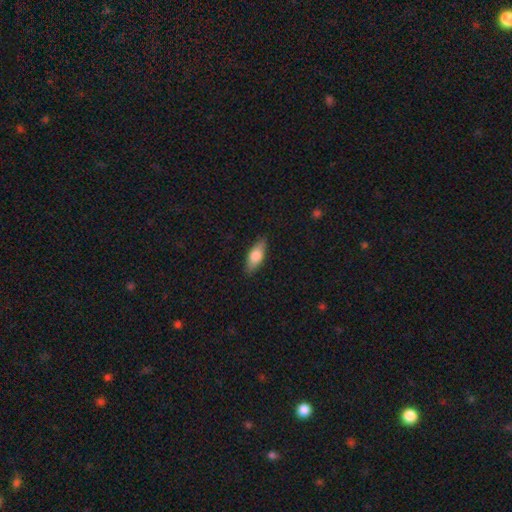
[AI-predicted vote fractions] A smooth galaxy with no disk features (73%) that is in between round and cigar-shaped (73%).

Vote fractions:
- Smooth or featured? smooth: 73% / featured or disk: 21% / star or artifact: 6%
- How rounded? in between: 73% / cigar-shaped: 25% / round: 3%
- Merging? none: 87% / minor disturbance: 10% / major disturbance: 2% / merger: 1%